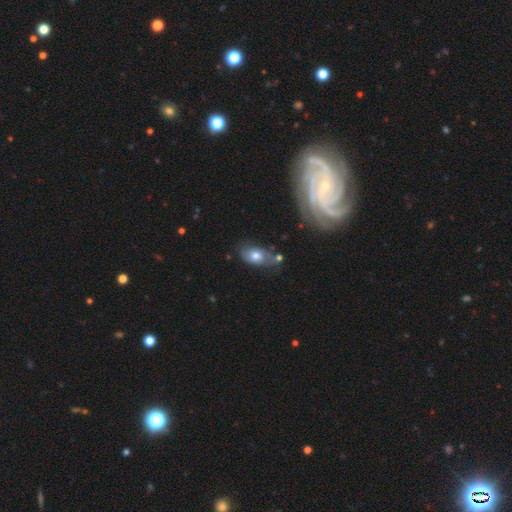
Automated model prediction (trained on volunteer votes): Smooth or featured? Predicted: smooth (p=0.62). How rounded? Predicted: in between (p=0.86). Merging? Predicted: none (p=0.50).